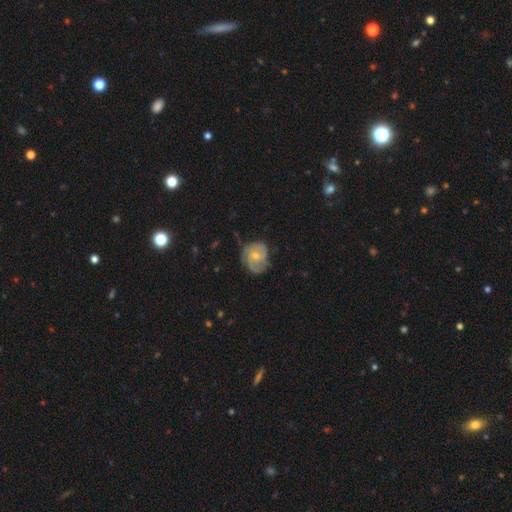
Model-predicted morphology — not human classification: featured or disk 69%, smooth 25%, star or artifact 6%. Down the decision tree: edge-on disk — no (98%); bar — no (58%); spiral arms — yes (87%); spiral arm count — 2 (45%); spiral winding — tight (42%); bulge size — small (50%); merging — none (56%).